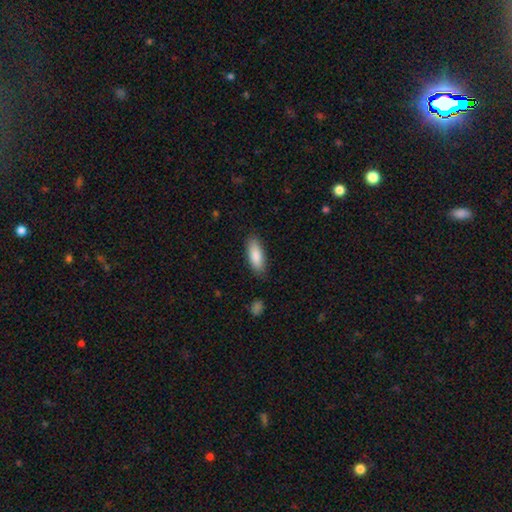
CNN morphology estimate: smooth_or_featured: smooth (p=0.87) [alt: featured or disk p=0.07]
how_rounded: in between (p=0.68) [alt: cigar-shaped p=0.30]
merging: none (p=0.85) [alt: minor disturbance p=0.11]